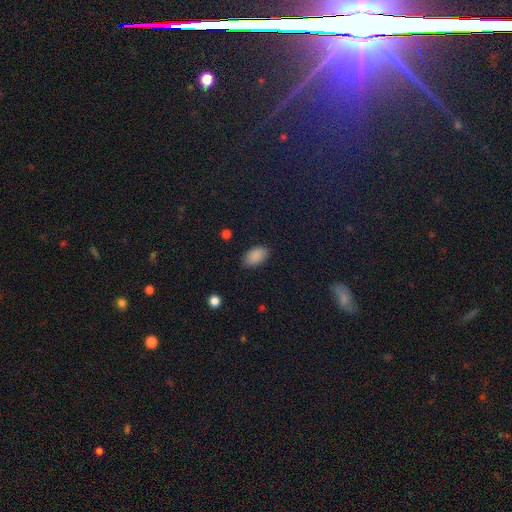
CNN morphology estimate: A smooth galaxy with no disk features (88%) that is in between round and cigar-shaped (94%). Merging: none (86%).